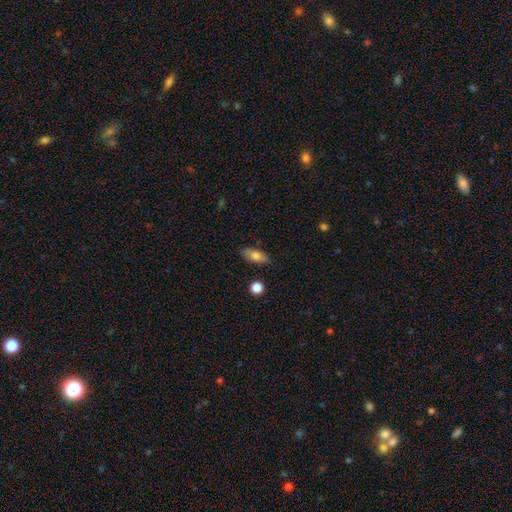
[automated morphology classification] This appears to be a smooth galaxy with no disk features (79%) that is in between round and cigar-shaped (83%). Merging: none (83%).